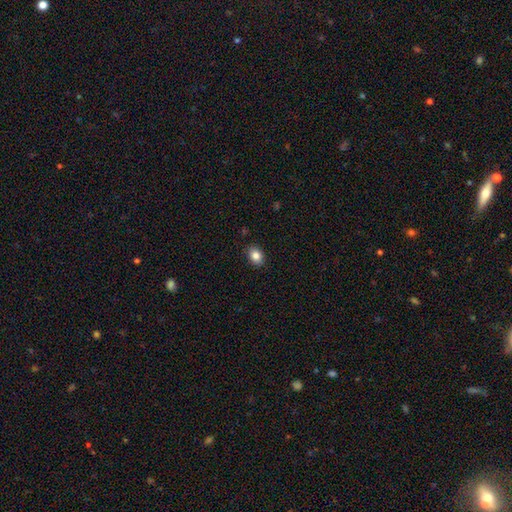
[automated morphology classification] Q: Smooth or featured?
A: smooth (84%); runner-up: star or artifact (9%)
Q: How rounded?
A: in between (70%); runner-up: round (29%)
Q: Merging?
A: none (88%); runner-up: minor disturbance (9%)